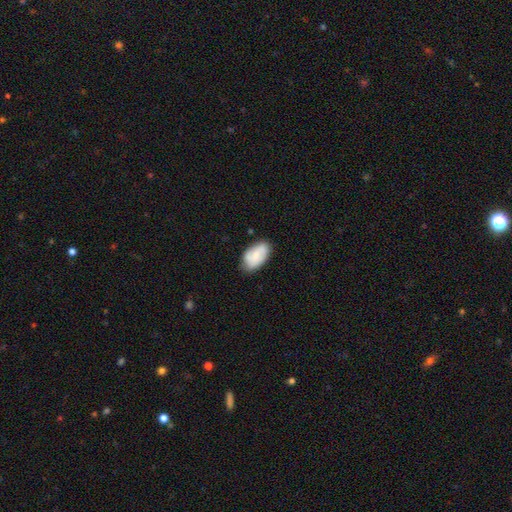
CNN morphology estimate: The model was most divided on "smooth or featured": smooth: 67%, featured or disk: 27%, star or artifact: 7%. More confident: how rounded — in between (94%); merging — none (76%).